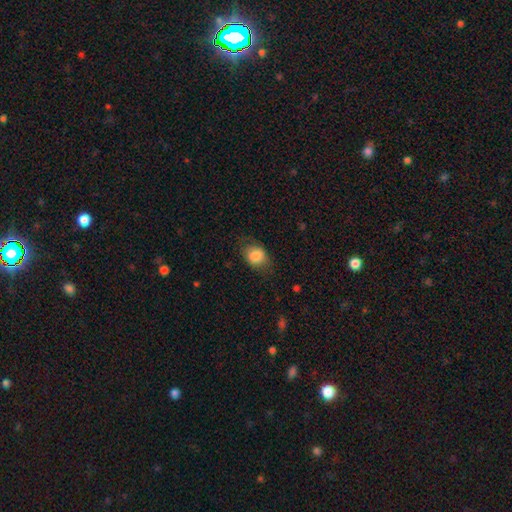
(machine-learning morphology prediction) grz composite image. It shows a smooth galaxy with no disk features (84%) that is in between round and cigar-shaped (50%). Merging: none (70%).